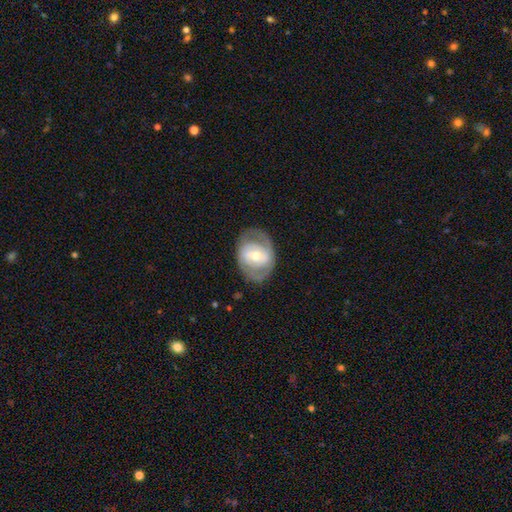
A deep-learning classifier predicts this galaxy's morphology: Smooth or featured?
  - featured or disk: 72% *
  - smooth: 23%
  - star or artifact: 5%
Edge-on disk?
  - no: 96% *
  - yes: 4%
Bar?
  - weak: 40% * (tied)
  - no: 40% * (tied)
  - strong: 20%
Spiral arms?
  - yes: 75% *
  - no: 25%
Spiral winding?
  - tight: 45% *
  - medium: 41%
  - loose: 14%
Spiral arm count?
  - 2: 73% *
  - can't tell: 17%
  - 3: 4%
  - 1: 3%
  - 4: 1%
  - more than 4: 1%
Bulge size?
  - moderate: 59% *
  - small: 34%
  - large: 5%
  - none: 1%
  - dominant: 1%
Merging?
  - none: 75% *
  - minor disturbance: 16%
  - major disturbance: 8%
  - merger: 1%